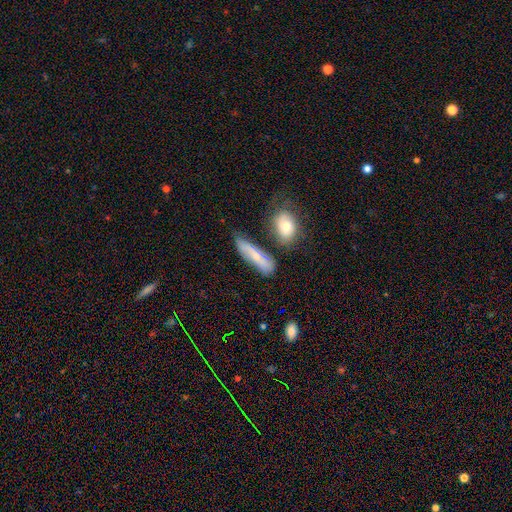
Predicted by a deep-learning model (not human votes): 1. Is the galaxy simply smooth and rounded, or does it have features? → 59% smooth, 33% featured or disk, 8% star or artifact.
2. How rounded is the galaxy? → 60% cigar-shaped, 36% in between, 3% round.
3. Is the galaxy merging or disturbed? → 55% none, 24% minor disturbance, 13% merger, 8% major disturbance.